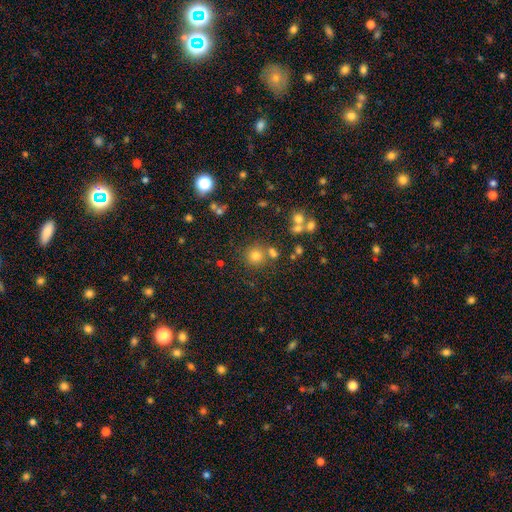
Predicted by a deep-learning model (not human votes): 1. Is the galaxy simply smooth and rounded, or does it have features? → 72% smooth, 19% star or artifact, 9% featured or disk.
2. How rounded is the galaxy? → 92% round, 7% in between, 1% cigar-shaped.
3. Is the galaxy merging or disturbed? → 74% none, 13% merger, 9% minor disturbance, 4% major disturbance.